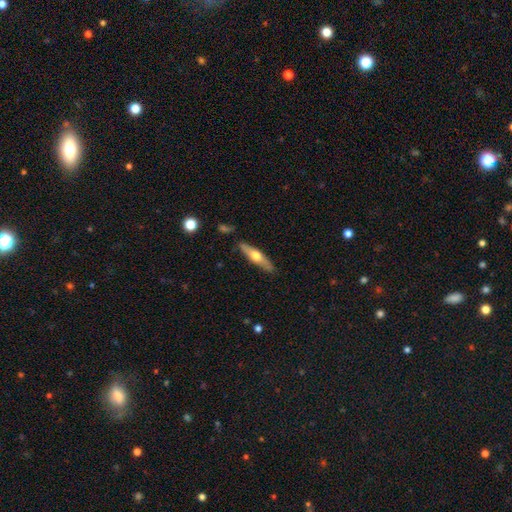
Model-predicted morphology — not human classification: This is possibly a featured or disk galaxy (52%). It is clearly viewed edge-on (89%). Merging: clearly none (84%).